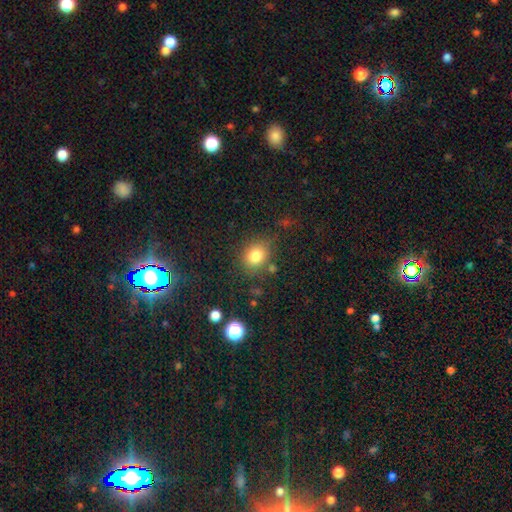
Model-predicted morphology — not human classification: Overall: smooth (80%). How rounded: round (61%; in between 38%). Merging: none (75%).